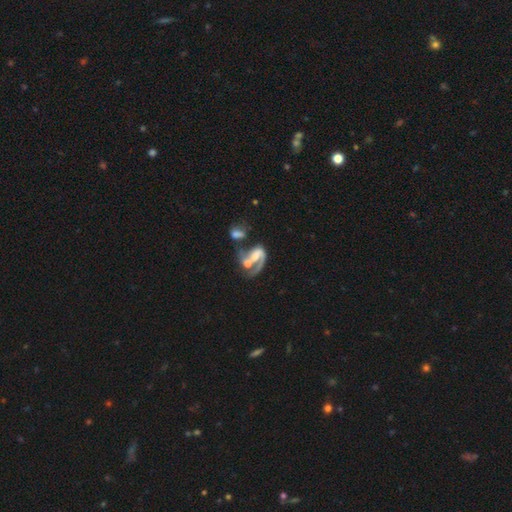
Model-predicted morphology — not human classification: Overall: featured or disk (76%). Edge-on disk: no (98%). Bar: no (42%; weak 36%). Spiral arms: yes (85%). Spiral arm count: 1 (49%; 2 41%). Spiral winding: medium (41%; loose 40%). Bulge size: moderate (37%; small 28%). Merging: merger (57%; major disturbance 18%).